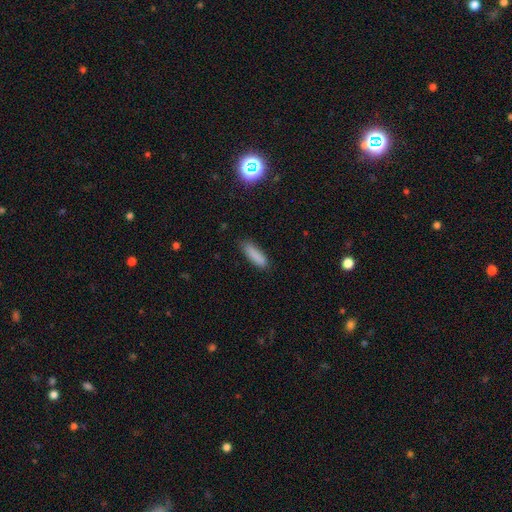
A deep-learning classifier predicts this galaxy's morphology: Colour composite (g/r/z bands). It shows a smooth galaxy with no disk features (87%) that is cigar-shaped (55%). Merging: none (81%).